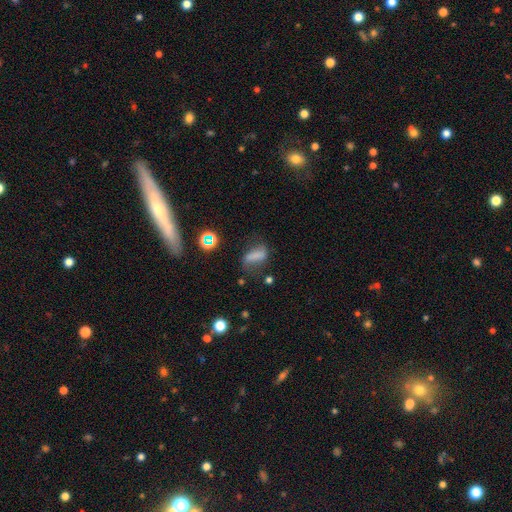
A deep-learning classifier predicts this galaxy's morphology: smooth 58%, featured or disk 25%, star or artifact 17%. Down the decision tree: how rounded — in between (72%); merging — none (45%).